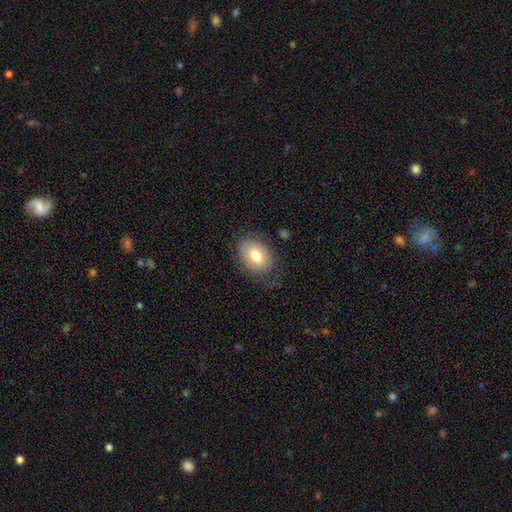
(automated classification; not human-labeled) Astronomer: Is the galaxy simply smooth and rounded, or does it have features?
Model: smooth — 72%.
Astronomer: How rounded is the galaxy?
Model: in between — 83%.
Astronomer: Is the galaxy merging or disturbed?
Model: none — 69%.